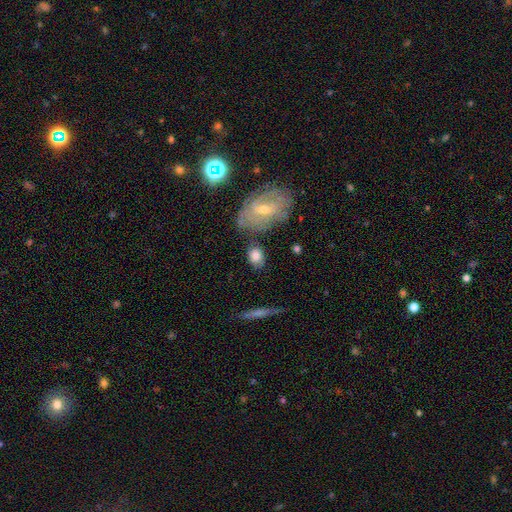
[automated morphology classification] A smooth galaxy with no disk features (71%) that is in between round and cigar-shaped (71%).

Vote fractions:
- Smooth or featured? smooth: 71% / featured or disk: 21% / star or artifact: 8%
- How rounded? in between: 71% / round: 26% / cigar-shaped: 2%
- Merging? none: 66% / minor disturbance: 19% / major disturbance: 8% / merger: 7%